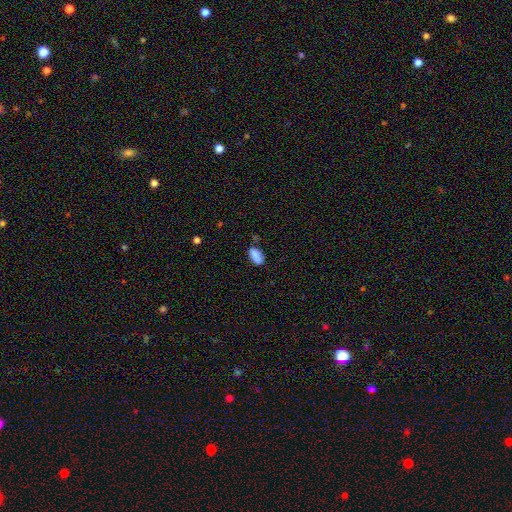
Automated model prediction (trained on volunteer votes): Smooth or featured? Predicted: smooth (p=0.84). How rounded? Predicted: in between (p=0.90). Merging? Predicted: none (p=0.64).